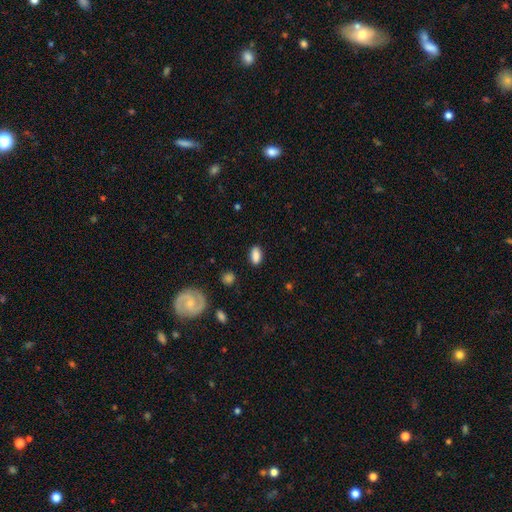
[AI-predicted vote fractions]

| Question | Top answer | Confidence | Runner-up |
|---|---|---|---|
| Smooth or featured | smooth | 86% | star or artifact (8%) |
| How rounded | in between | 89% | cigar-shaped (6%) |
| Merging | none | 85% | minor disturbance (11%) |